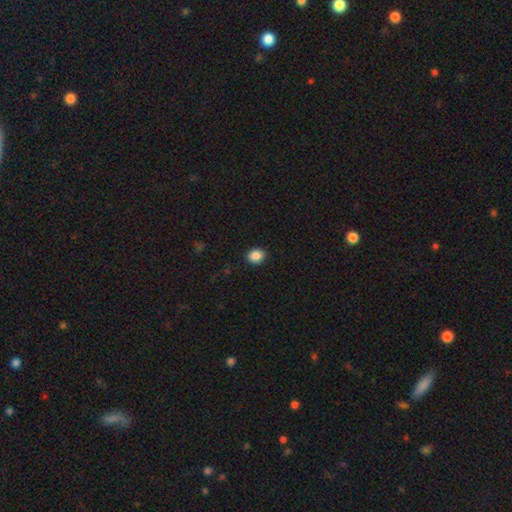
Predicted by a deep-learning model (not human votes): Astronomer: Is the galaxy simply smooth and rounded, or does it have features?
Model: smooth — 88%.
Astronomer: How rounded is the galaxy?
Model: round — 59% (runner-up: in between, 40%).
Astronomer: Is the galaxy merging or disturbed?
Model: none — 91%.